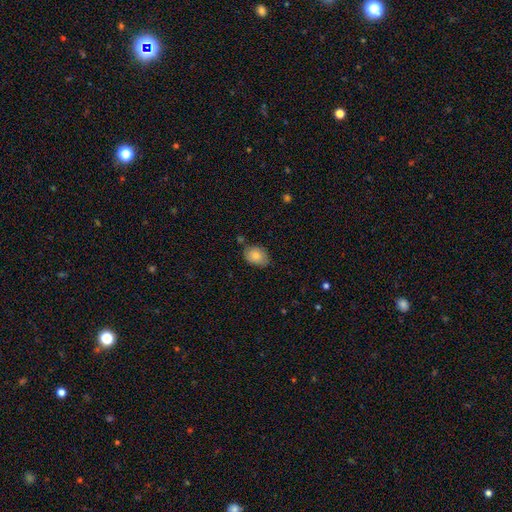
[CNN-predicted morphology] Smooth or featured? smooth (80%)
How rounded? in between (77%)
Merging? none (69%)